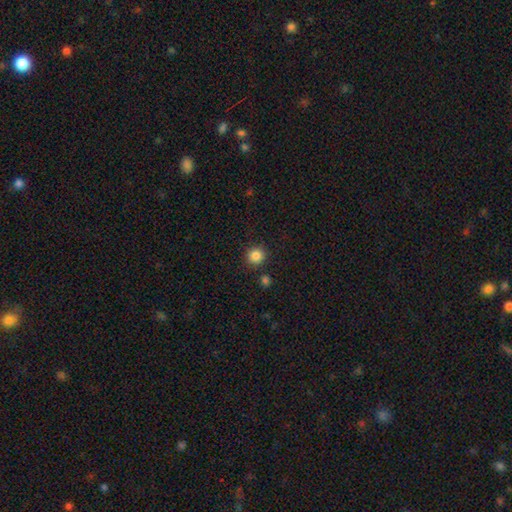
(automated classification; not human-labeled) Smooth or featured? Predicted: smooth (p=0.85). How rounded? Predicted: round (p=0.93). Merging? Predicted: none (p=0.88).